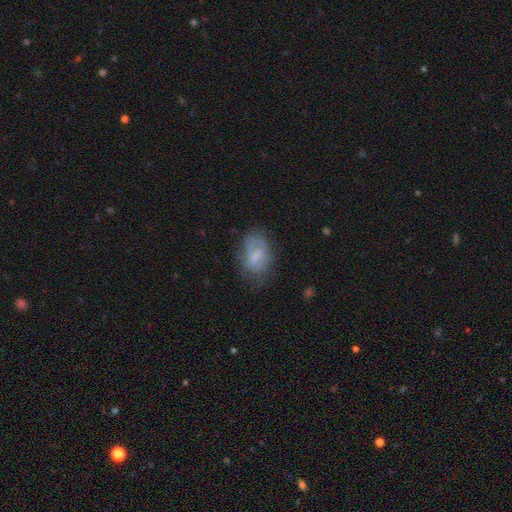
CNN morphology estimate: The model was most divided on "bulge size": small: 35%, none: 34%, moderate: 25%, large: 4%, dominant: 1%. More confident: edge-on disk — no (96%); spiral arms — yes (72%); merging — none (60%); bar — weak (54%); smooth or featured — featured or disk (52%).